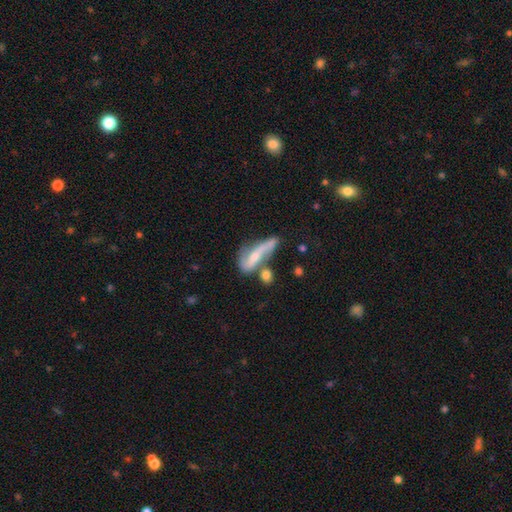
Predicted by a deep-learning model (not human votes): Smooth or featured? featured or disk (59%)
Edge-on disk? no (73%)
Merging? none (31%)